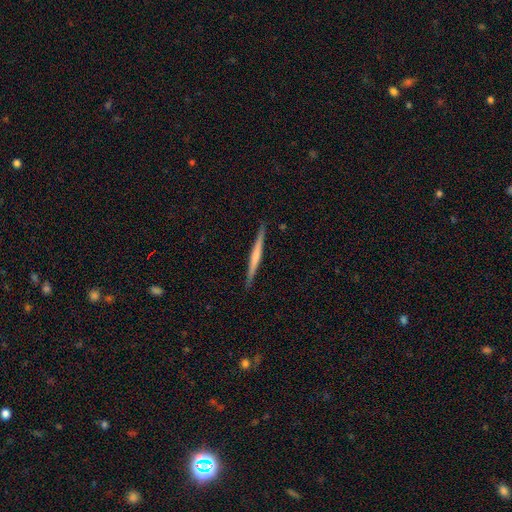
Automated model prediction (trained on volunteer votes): smooth_or_featured: featured or disk (p=0.57) [alt: smooth p=0.38]
disk_edge_on: yes (p=0.98) [alt: no p=0.02]
edge_on_bulge: none (p=0.62) [alt: rounded p=0.26]
merging: none (p=0.91) [alt: minor disturbance p=0.06]